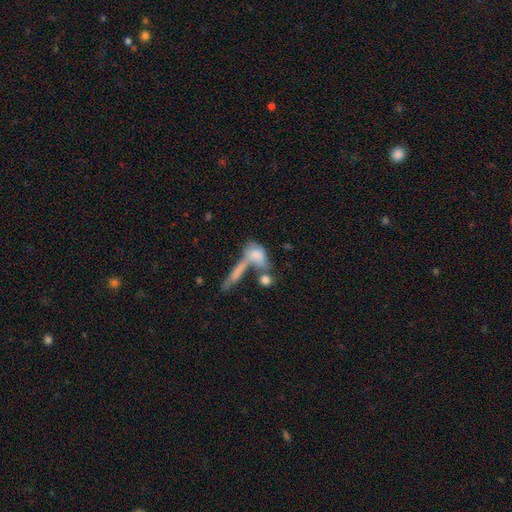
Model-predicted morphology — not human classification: This is likely a smooth galaxy (70%). How rounded: likely in between (67%). Merging: possibly merger (48%).